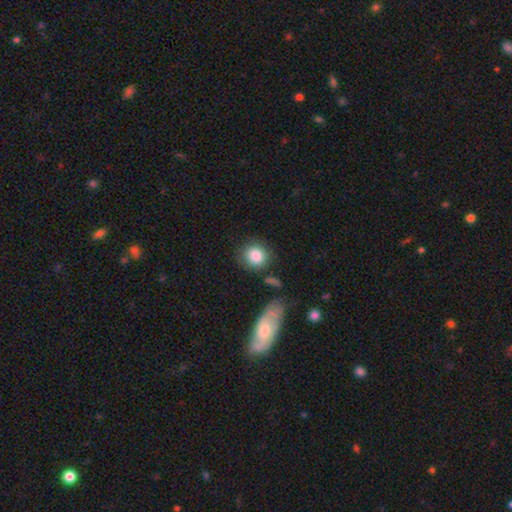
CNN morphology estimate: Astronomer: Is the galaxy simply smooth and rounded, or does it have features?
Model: smooth — 86%.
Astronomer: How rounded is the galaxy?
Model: round — 81%.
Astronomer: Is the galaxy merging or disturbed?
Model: none — 73%.